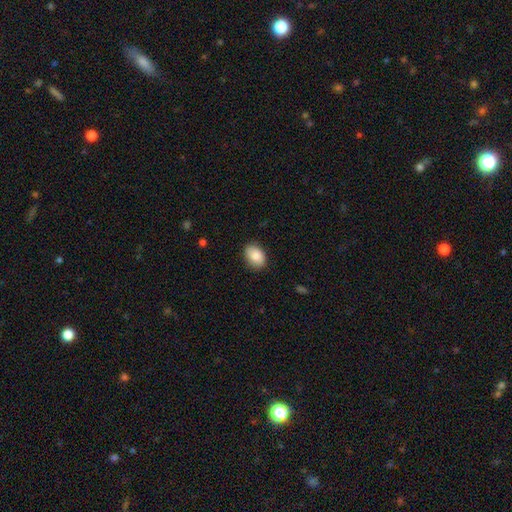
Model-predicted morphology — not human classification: A smooth galaxy with no disk features (86%) that is in between round and cigar-shaped (79%).

Vote fractions:
- Smooth or featured? smooth: 86% / featured or disk: 7% / star or artifact: 7%
- How rounded? in between: 79% / round: 20% / cigar-shaped: 1%
- Merging? none: 85% / minor disturbance: 12% / major disturbance: 2% / merger: 1%